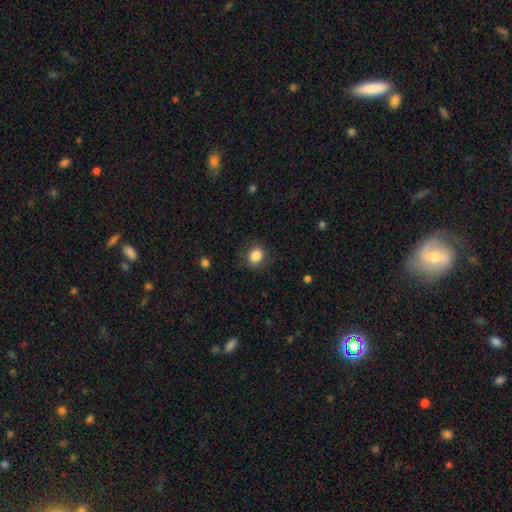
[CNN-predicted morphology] Smooth or featured?
  - smooth: 86% *
  - star or artifact: 10%
  - featured or disk: 5%
How rounded?
  - round: 68% *
  - in between: 31%
  - cigar-shaped: 1%
Merging?
  - none: 83% *
  - minor disturbance: 12%
  - major disturbance: 4%
  - merger: 1%